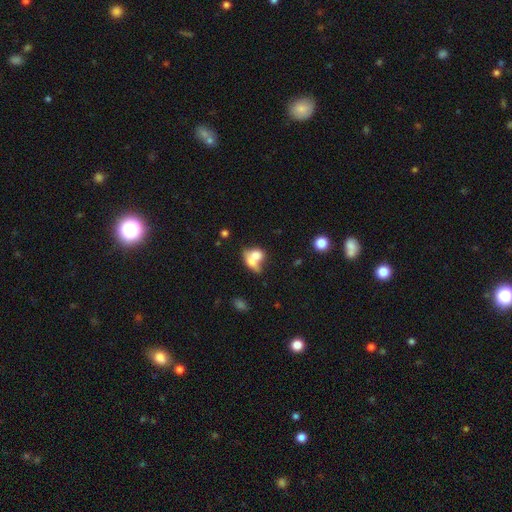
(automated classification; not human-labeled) This is likely a smooth galaxy (67%). How rounded: likely in between (66%). Merging: likely merger (67%).